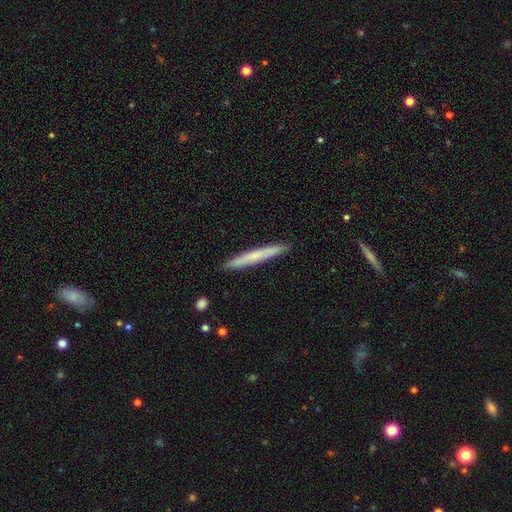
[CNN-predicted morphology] smooth_or_featured: smooth (p=0.60) [alt: featured or disk p=0.34]
how_rounded: cigar-shaped (p=0.97) [alt: in between p=0.02]
merging: none (p=0.92) [alt: minor disturbance p=0.06]